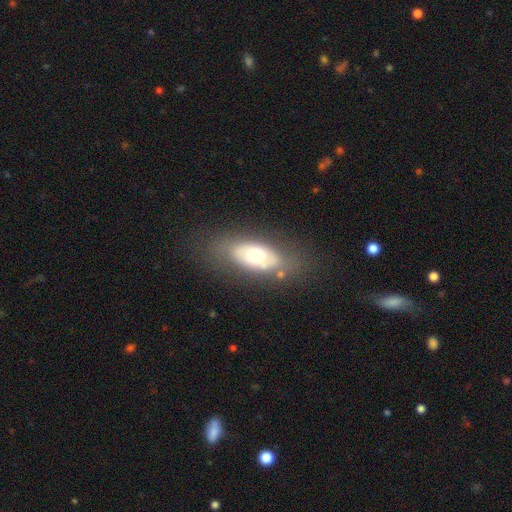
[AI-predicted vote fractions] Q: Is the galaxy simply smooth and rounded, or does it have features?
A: smooth — 54%.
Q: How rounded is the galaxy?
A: in between — 85%.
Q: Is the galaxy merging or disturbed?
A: none — 73%.